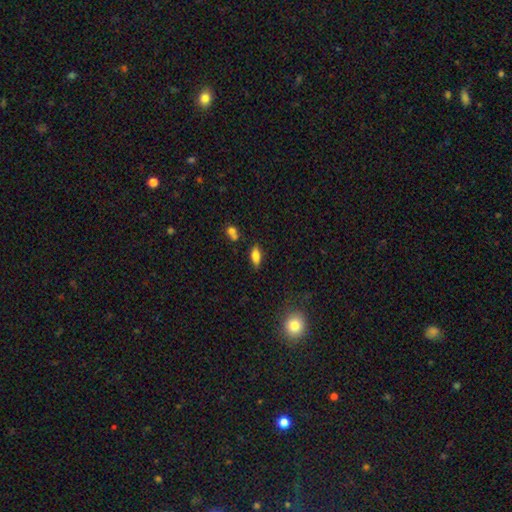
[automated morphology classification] Smooth or featured: smooth — 76% (featured or disk — 14%)
How rounded: in between — 82% (cigar-shaped — 14%)
Merging: none — 78% (minor disturbance — 13%)